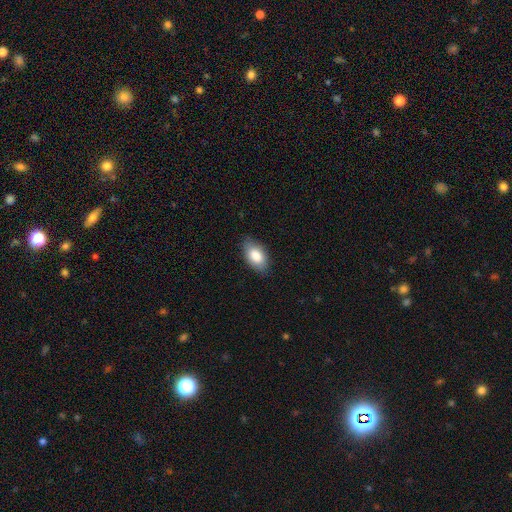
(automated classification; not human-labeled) Q: Smooth or featured?
A: smooth (84%); runner-up: featured or disk (9%)
Q: How rounded?
A: in between (93%); runner-up: round (5%)
Q: Merging?
A: none (82%); runner-up: minor disturbance (15%)